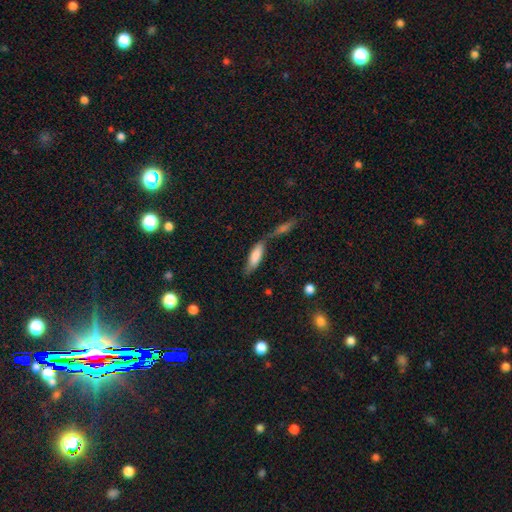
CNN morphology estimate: This appears to be a smooth galaxy with no disk features (76%) that is in between round and cigar-shaped (53%). Merging: none (42%).